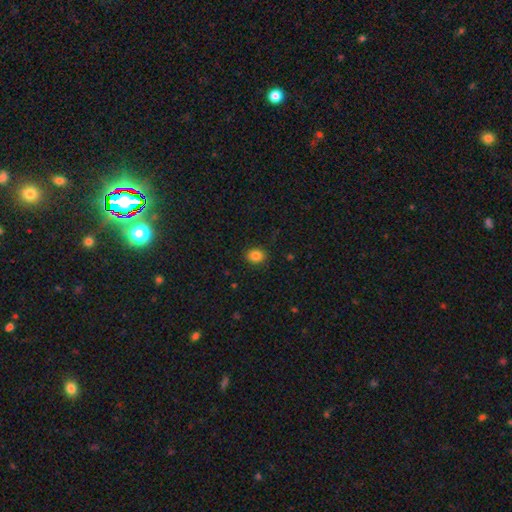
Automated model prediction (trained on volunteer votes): Smooth or featured? Predicted: smooth (p=0.84). How rounded? Predicted: round (p=0.56). Merging? Predicted: none (p=0.88).